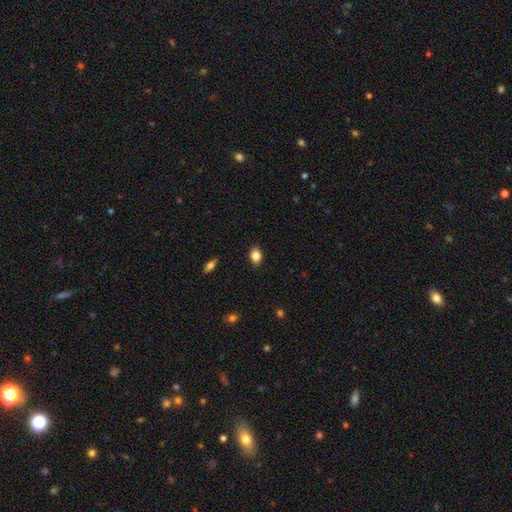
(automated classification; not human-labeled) Overall: smooth (85%). How rounded: in between (70%). Merging: none (86%).